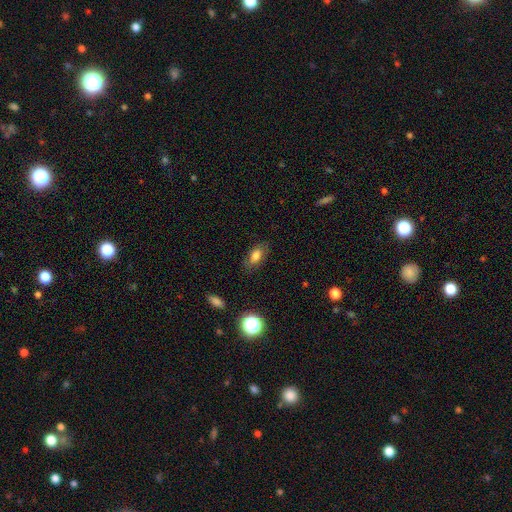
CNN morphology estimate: Smooth or featured: smooth — 73% (featured or disk — 17%)
How rounded: in between — 87% (round — 8%)
Merging: none — 80% (minor disturbance — 14%)